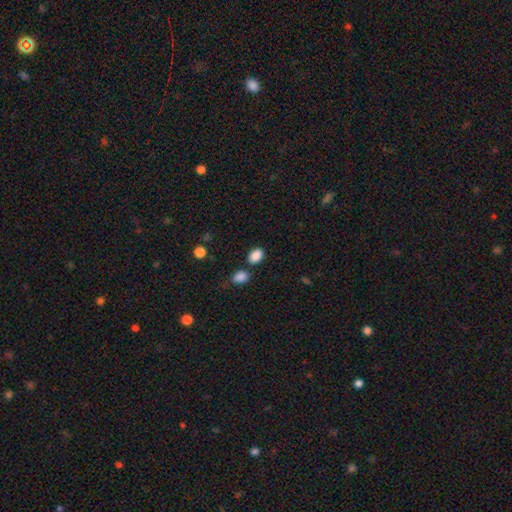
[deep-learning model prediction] Smooth or featured: smooth — 88% (star or artifact — 9%)
How rounded: in between — 82% (round — 17%)
Merging: none — 75% (minor disturbance — 11%)